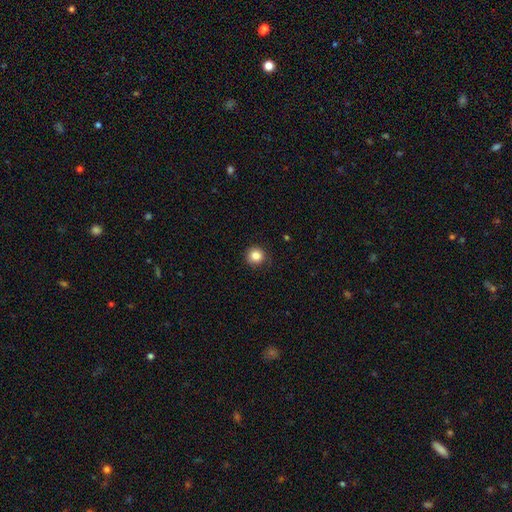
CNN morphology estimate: smooth-or-featured: smooth: 84% | star or artifact: 11% | featured or disk: 5%
  how-rounded: round: 94% | in between: 5% | cigar-shaped: 1%
  merging: none: 87% | minor disturbance: 10% | major disturbance: 2% | merger: 1%